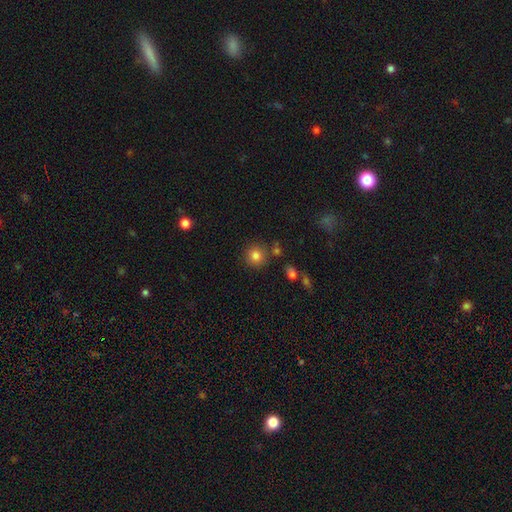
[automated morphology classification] Q: Smooth or featured?
A: smooth (82%); runner-up: star or artifact (11%)
Q: How rounded?
A: round (90%); runner-up: in between (9%)
Q: Merging?
A: none (81%); runner-up: minor disturbance (10%)